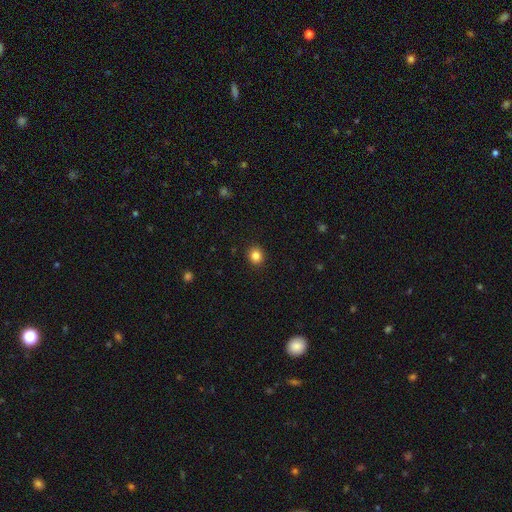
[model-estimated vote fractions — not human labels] A smooth galaxy with no disk features (84%) that is round (81%). Merging: none (92%).